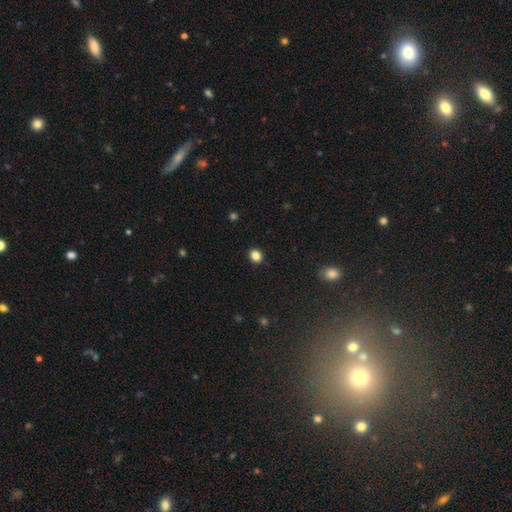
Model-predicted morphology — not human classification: A smooth galaxy with no disk features (85%) that is round (61%). Merging: none (90%).